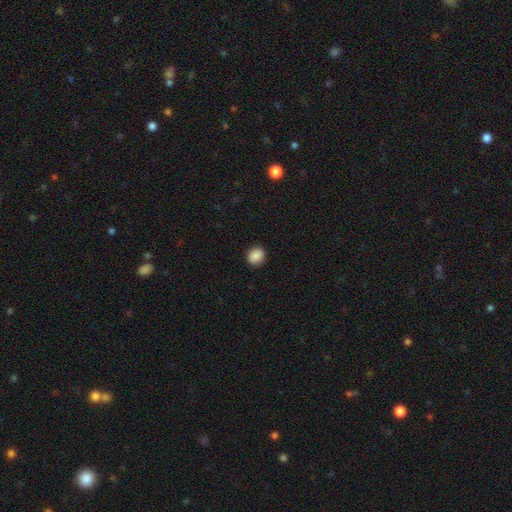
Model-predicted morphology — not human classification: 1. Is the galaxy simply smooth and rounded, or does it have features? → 88% smooth, 9% star or artifact, 3% featured or disk.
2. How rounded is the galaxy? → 78% round, 21% in between, 1% cigar-shaped.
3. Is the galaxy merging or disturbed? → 91% none, 6% minor disturbance, 2% major disturbance, 1% merger.